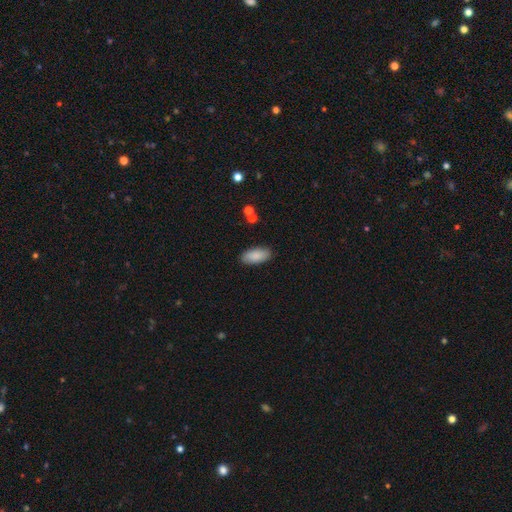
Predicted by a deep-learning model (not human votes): Overall: smooth (86%). How rounded: in between (89%). Merging: none (87%).